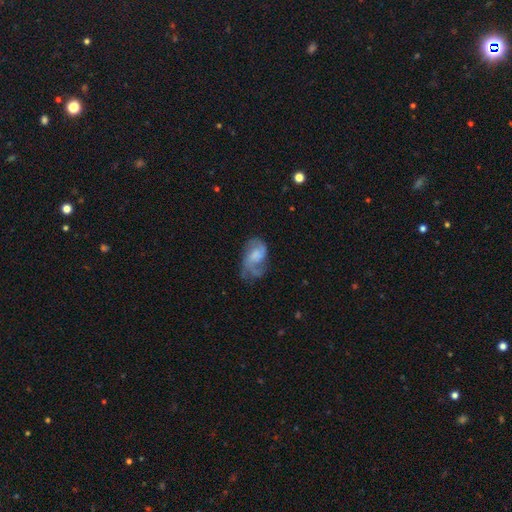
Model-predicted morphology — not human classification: smooth-or-featured: featured or disk: 63% | smooth: 29% | star or artifact: 7%
  disk-edge-on: no: 97% | yes: 3%
    bar: no: 62% | weak: 33% | strong: 6%
    has-spiral-arms: yes: 85% | no: 15%
      spiral-winding: medium: 44% | loose: 37% | tight: 20%
      spiral-arm-count: 2: 54% | can't tell: 17% | 1: 12% | 3: 12% | 4: 3% | more than 4: 2%
    bulge-size: none: 30% | moderate: 29% | large: 20% | small: 18% | dominant: 3%
  merging: none: 41% | major disturbance: 29% | minor disturbance: 27% | merger: 3%